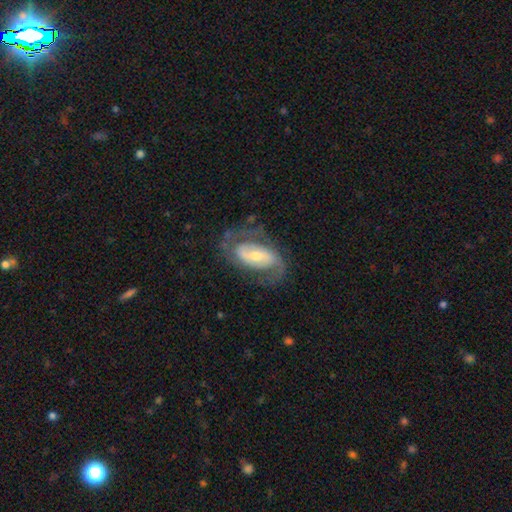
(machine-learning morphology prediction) Overall: featured or disk (83%). Edge-on disk: no (95%). Bar: weak (40%; strong 30%). Spiral arms: yes (91%). Spiral arm count: 2 (84%). Spiral winding: medium (49%; tight 29%). Bulge size: moderate (49%; small 43%). Merging: none (68%).